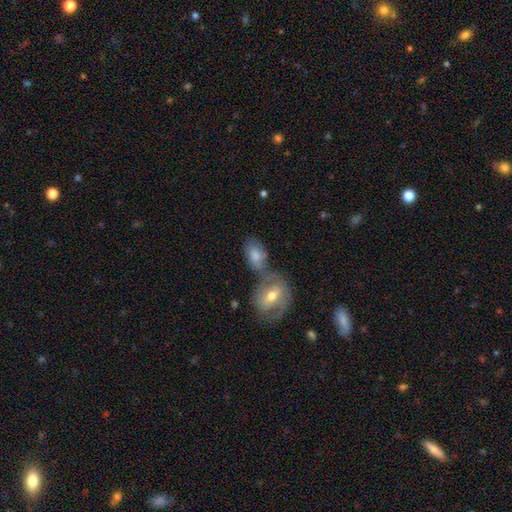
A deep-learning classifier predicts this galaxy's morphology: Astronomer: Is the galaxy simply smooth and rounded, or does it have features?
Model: smooth — 69%.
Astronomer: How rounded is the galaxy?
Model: in between — 87%.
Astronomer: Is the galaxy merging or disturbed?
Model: merger — 48% (runner-up: none, 31%).